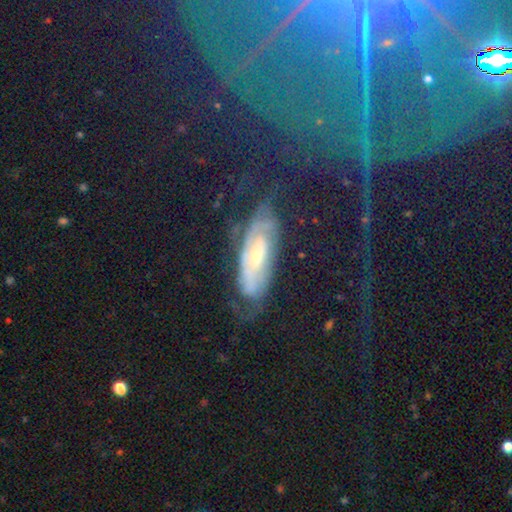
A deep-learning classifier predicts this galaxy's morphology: A featured or disk galaxy (64%) with no bar (53%), spiral arms (82%) and a small central bulge (48%). Merging: none (65%).